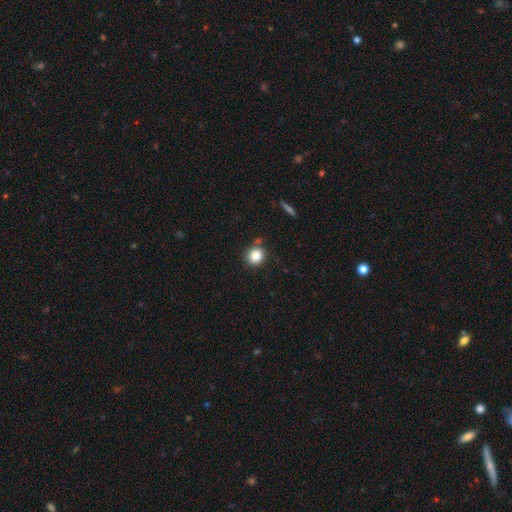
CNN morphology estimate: smooth 83%, star or artifact 11%, featured or disk 6%. Down the decision tree: how rounded — round (87%); merging — none (81%).